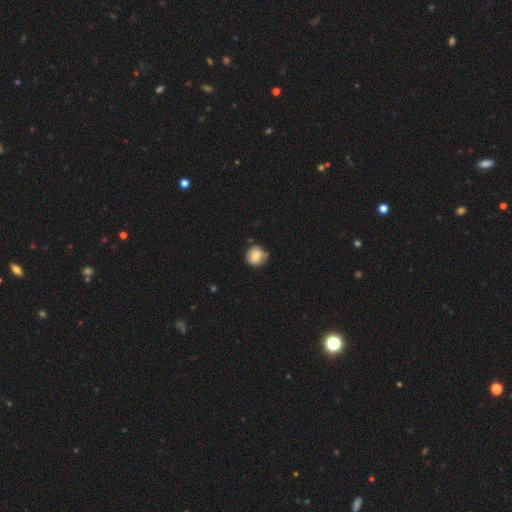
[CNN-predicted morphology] smooth_or_featured: smooth (p=0.76) [alt: featured or disk p=0.16]
how_rounded: round (p=0.85) [alt: in between p=0.14]
merging: none (p=0.67) [alt: minor disturbance p=0.25]